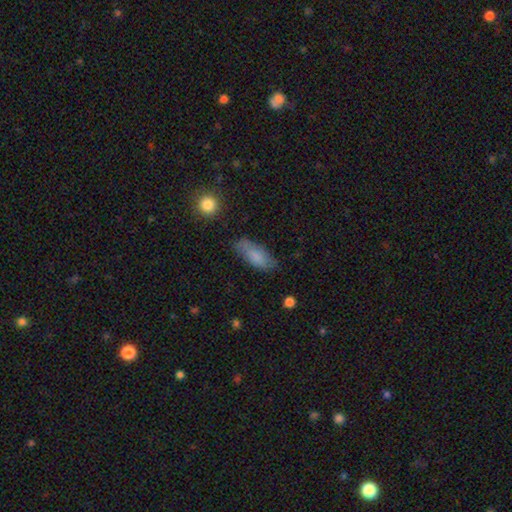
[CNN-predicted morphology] smooth 79%, featured or disk 14%, star or artifact 7%. Down the decision tree: how rounded — in between (80%); merging — none (66%).